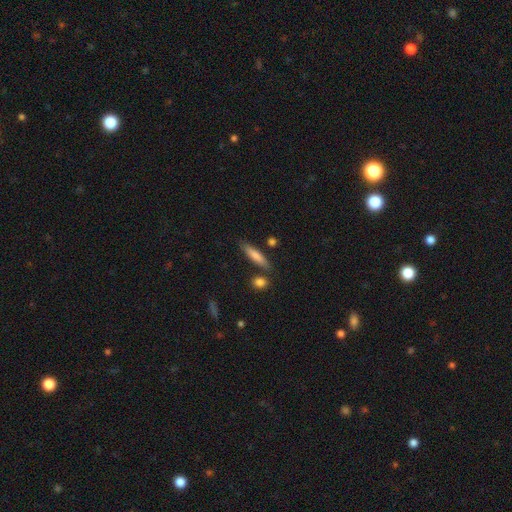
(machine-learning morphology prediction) A smooth galaxy with no disk features (76%) that is cigar-shaped (80%).

Vote fractions:
- Smooth or featured? smooth: 76% / featured or disk: 18% / star or artifact: 6%
- How rounded? cigar-shaped: 80% / in between: 18% / round: 2%
- Merging? none: 81% / minor disturbance: 11% / merger: 5% / major disturbance: 3%